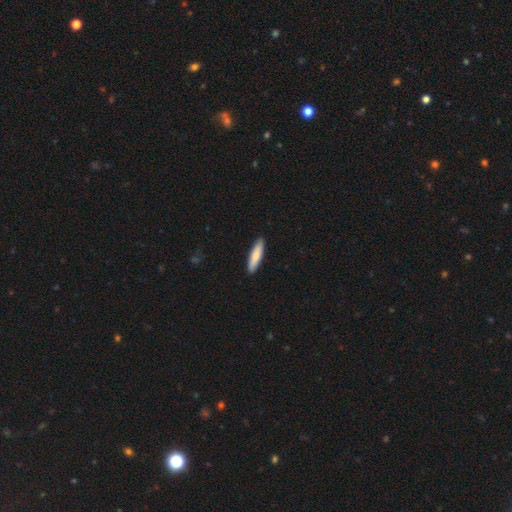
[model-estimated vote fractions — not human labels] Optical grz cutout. It shows a smooth galaxy with no disk features (81%) that is cigar-shaped (79%). Merging: none (90%).